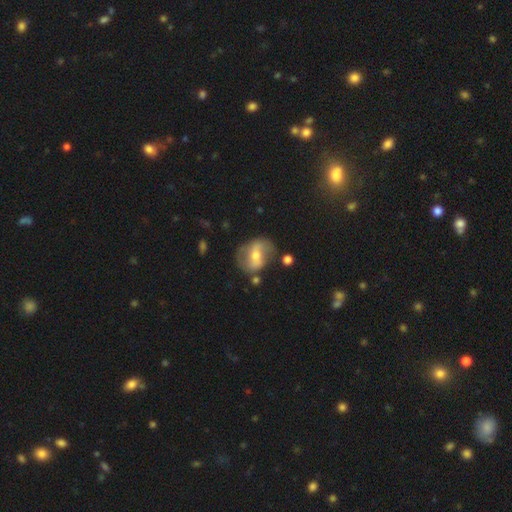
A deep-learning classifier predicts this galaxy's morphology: Smooth or featured? featured or disk (66%)
Edge-on disk? no (94%)
Bar? strong (39%)
Spiral arms? yes (70%)
Bulge size? moderate (57%)
Merging? none (66%)